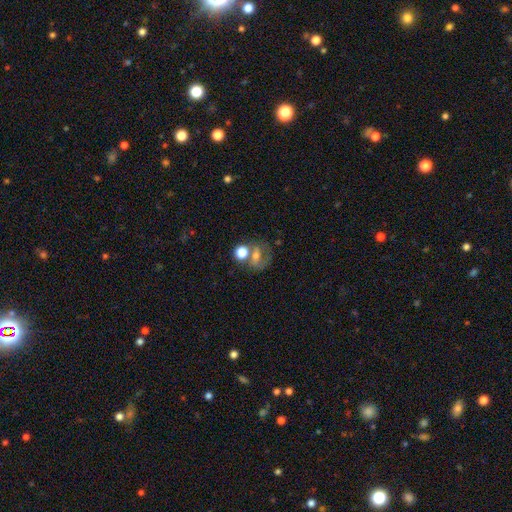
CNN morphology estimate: Q: Smooth or featured?
A: smooth (46%); runner-up: featured or disk (37%)
Q: Merging?
A: none (42%); runner-up: merger (32%)